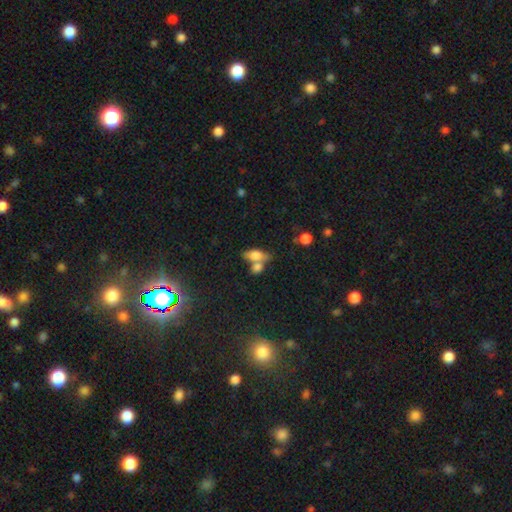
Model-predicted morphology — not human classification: A smooth galaxy with no disk features (68%) that is in between round and cigar-shaped (76%).

Vote fractions:
- Smooth or featured? smooth: 68% / featured or disk: 22% / star or artifact: 10%
- How rounded? in between: 76% / cigar-shaped: 16% / round: 8%
- Merging? merger: 44% / none: 39% / minor disturbance: 11% / major disturbance: 6%